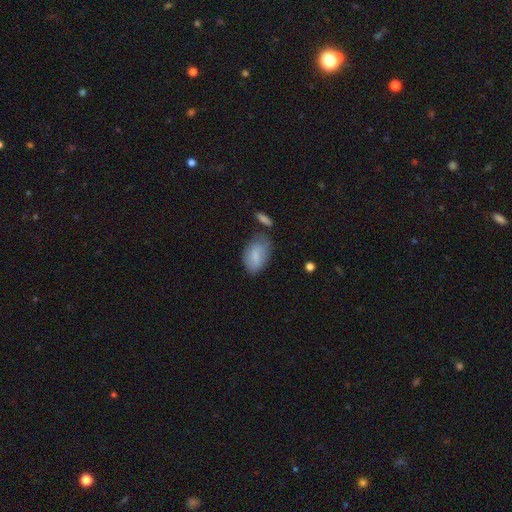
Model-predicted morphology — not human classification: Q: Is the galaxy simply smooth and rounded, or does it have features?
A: smooth — 76%.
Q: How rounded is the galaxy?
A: in between — 91%.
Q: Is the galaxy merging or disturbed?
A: none — 57%.